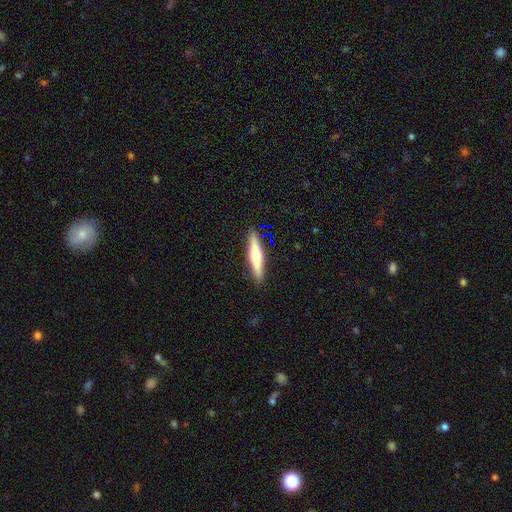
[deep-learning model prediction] smooth 48%, featured or disk 46%, star or artifact 6%. Down the decision tree: merging — none (90%).